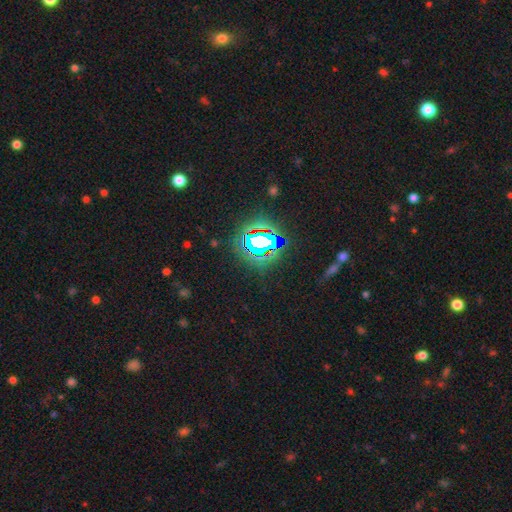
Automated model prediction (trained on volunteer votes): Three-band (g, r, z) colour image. It shows a star or artifact, not a galaxy (84%).